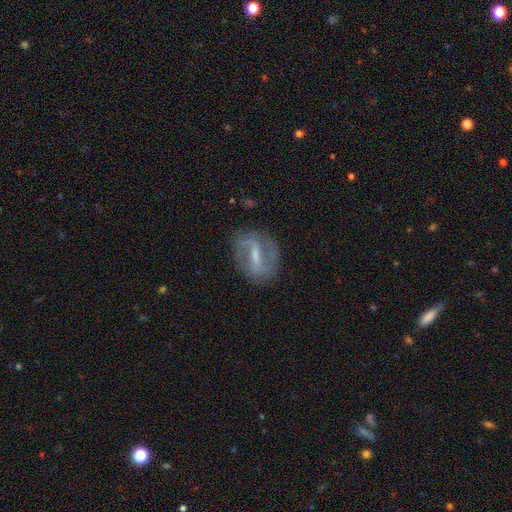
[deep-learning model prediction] The model was most divided on "spiral winding": medium: 42%, loose: 36%, tight: 23%. Remaining: edge-on disk — no (93%); spiral arms — yes (80%); spiral arm count — 2 (80%); smooth or featured — featured or disk (78%); merging — none (75%); bar — strong (56%); bulge size — small (46%).